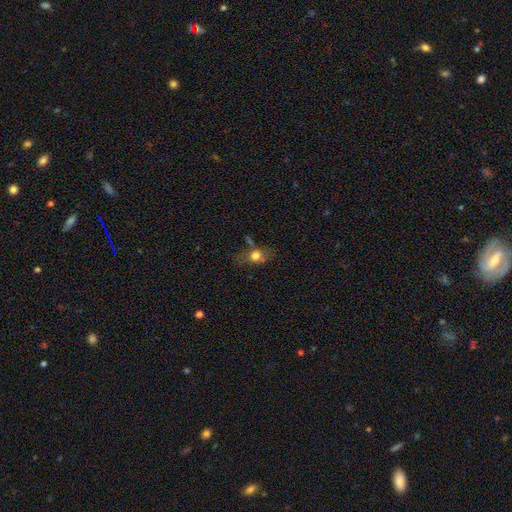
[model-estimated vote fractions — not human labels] Smooth or featured?
  - smooth: 62% *
  - featured or disk: 22%
  - star or artifact: 15%
How rounded?
  - in between: 53% *
  - round: 39%
  - cigar-shaped: 8%
Merging?
  - none: 53% *
  - minor disturbance: 22%
  - major disturbance: 14%
  - merger: 10%